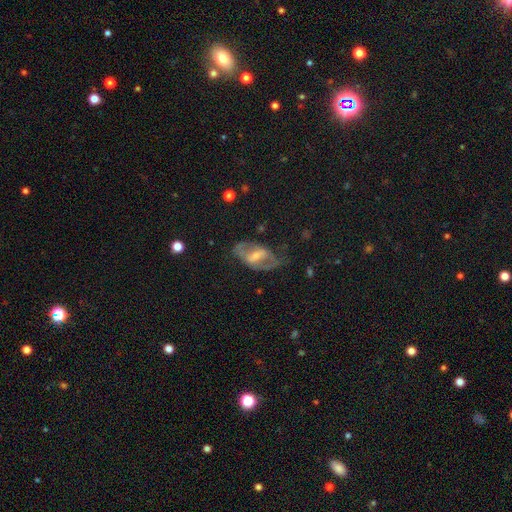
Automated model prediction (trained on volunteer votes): featured or disk 66%, smooth 26%, star or artifact 8%. Down the decision tree: edge-on disk — no (90%); bar — weak (39%); spiral arms — yes (54%); bulge size — moderate (41%); merging — none (55%).